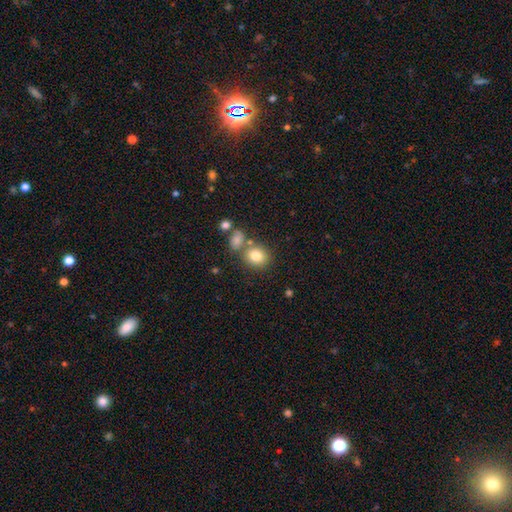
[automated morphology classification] Smooth or featured? Predicted: smooth (p=0.80). How rounded? Predicted: round (p=0.73). Merging? Predicted: none (p=0.63).